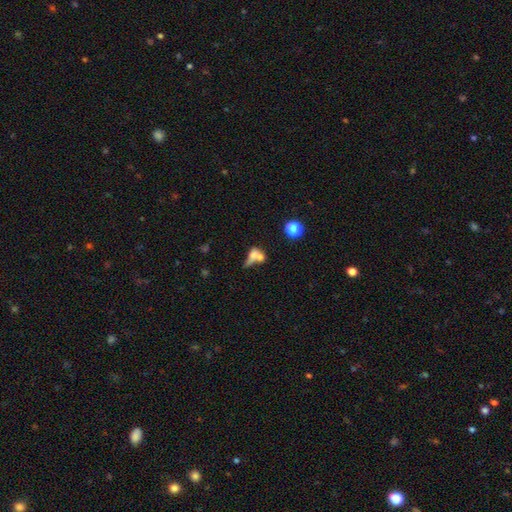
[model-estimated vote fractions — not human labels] The model was most divided on "smooth or featured": smooth: 57%, featured or disk: 29%, star or artifact: 14%. More confident: how rounded — in between (59%); merging — merger (55%).